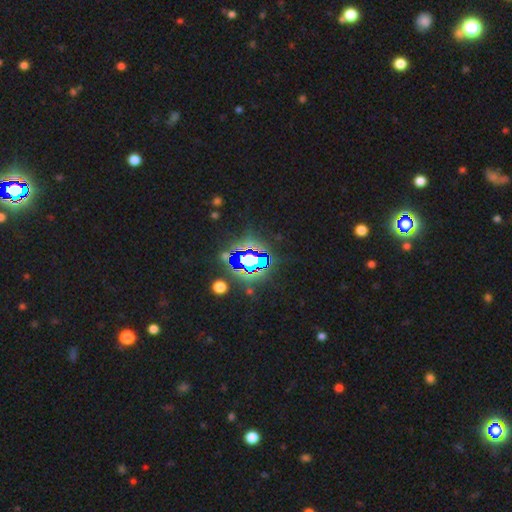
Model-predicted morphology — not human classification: Overall: star or artifact (83%).